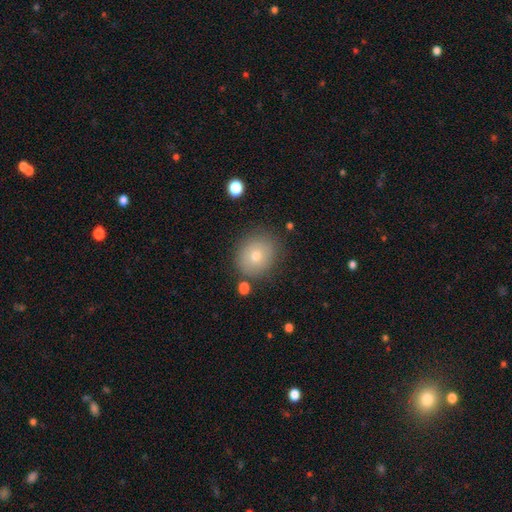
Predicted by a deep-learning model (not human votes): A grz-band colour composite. It shows a smooth galaxy with no disk features (71%) that is round (77%). Merging: none (79%).